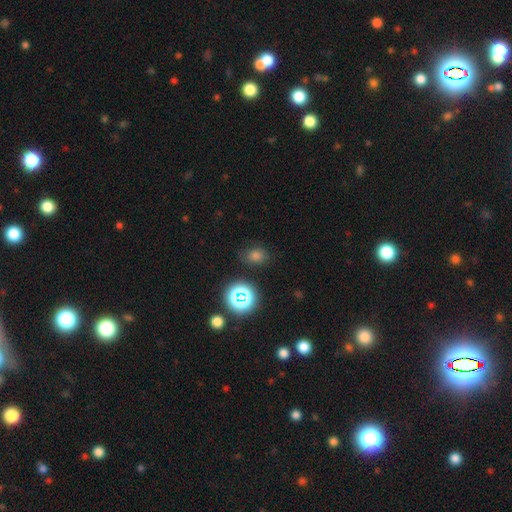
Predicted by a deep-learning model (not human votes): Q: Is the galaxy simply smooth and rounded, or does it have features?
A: smooth — 64%.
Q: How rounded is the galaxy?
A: round — 61%.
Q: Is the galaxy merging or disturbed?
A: none — 83%.